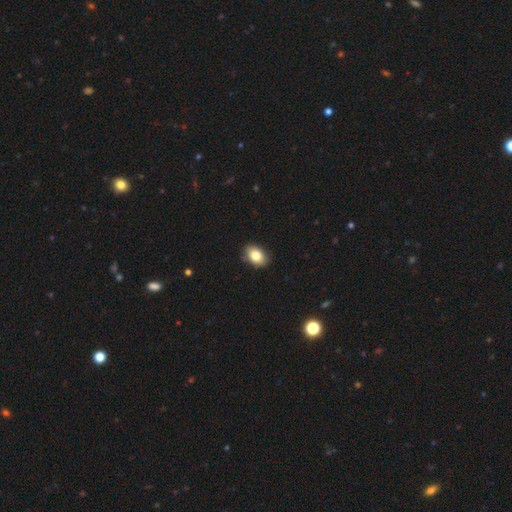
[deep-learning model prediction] Smooth or featured: smooth — 82% (featured or disk — 10%)
How rounded: in between — 82% (round — 17%)
Merging: none — 84% (minor disturbance — 12%)